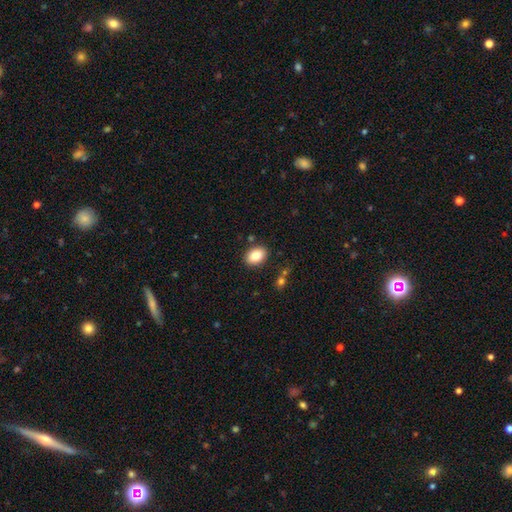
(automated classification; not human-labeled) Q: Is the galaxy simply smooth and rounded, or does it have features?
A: smooth — 84%.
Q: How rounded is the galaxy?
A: in between — 81%.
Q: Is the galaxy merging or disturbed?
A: none — 86%.